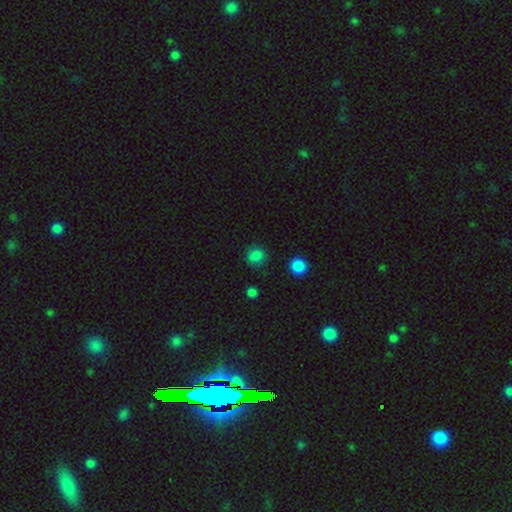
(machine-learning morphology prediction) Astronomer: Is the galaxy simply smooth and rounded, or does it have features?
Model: smooth — 83%.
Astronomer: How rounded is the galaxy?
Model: round — 78%.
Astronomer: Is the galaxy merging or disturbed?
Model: none — 83%.